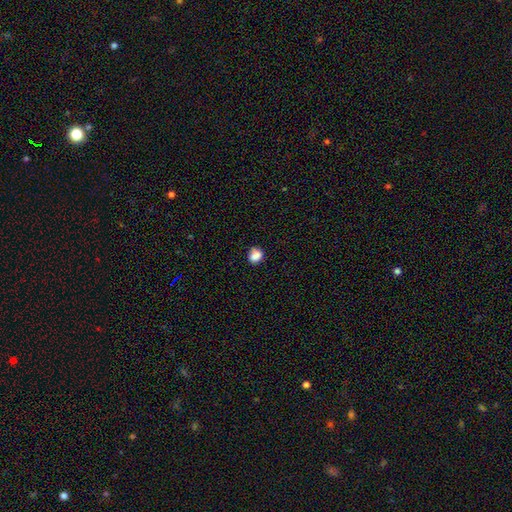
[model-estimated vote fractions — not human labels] Smooth or featured: smooth — 84% (star or artifact — 10%)
How rounded: round — 60% (in between — 38%)
Merging: none — 70% (minor disturbance — 19%)